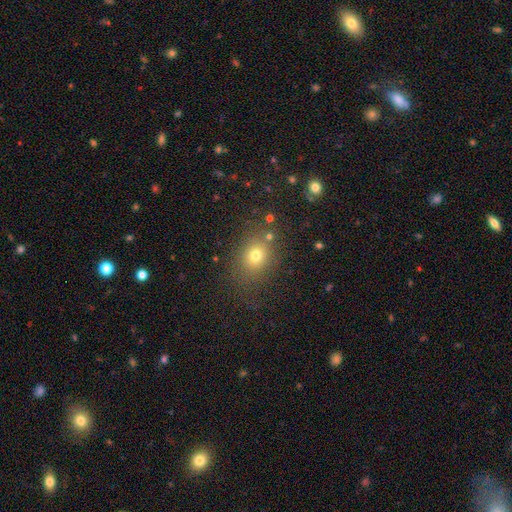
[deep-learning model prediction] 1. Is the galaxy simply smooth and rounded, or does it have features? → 73% smooth, 17% star or artifact, 10% featured or disk.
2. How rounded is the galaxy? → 55% round, 44% in between, 1% cigar-shaped.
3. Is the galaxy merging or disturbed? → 77% none, 13% minor disturbance, 6% major disturbance, 4% merger.